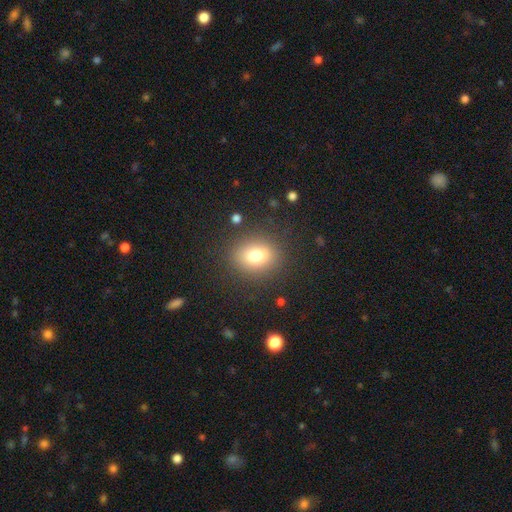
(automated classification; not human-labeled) Smooth or featured: smooth — 75% (star or artifact — 13%)
How rounded: round — 62% (in between — 37%)
Merging: none — 84% (minor disturbance — 10%)